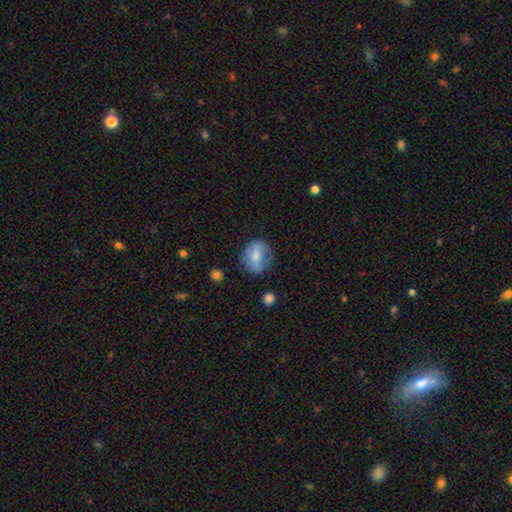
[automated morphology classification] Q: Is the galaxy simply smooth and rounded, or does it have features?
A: smooth — 70%.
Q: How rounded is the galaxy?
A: round — 56%.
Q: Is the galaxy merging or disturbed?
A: none — 68%.